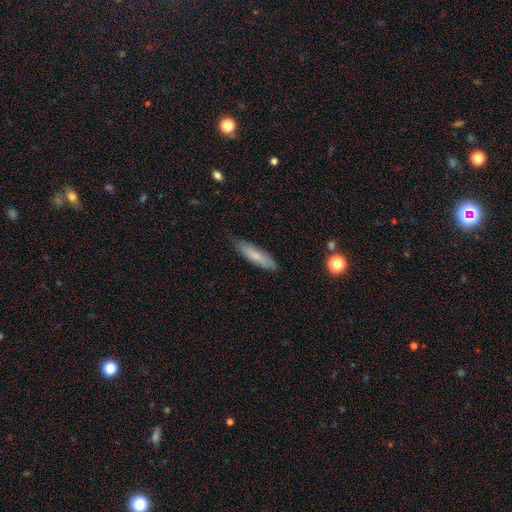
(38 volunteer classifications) A smooth galaxy with no disk features (68%) that is cigar-shaped (69%).

Vote fractions:
- Smooth or featured? smooth: 68% / featured or disk: 29% / star or artifact: 3%
- How rounded? cigar-shaped: 69% / in between: 31% / round: 0%
- Merging? none: 59% / minor disturbance: 30% / major disturbance: 11% / merger: 0%